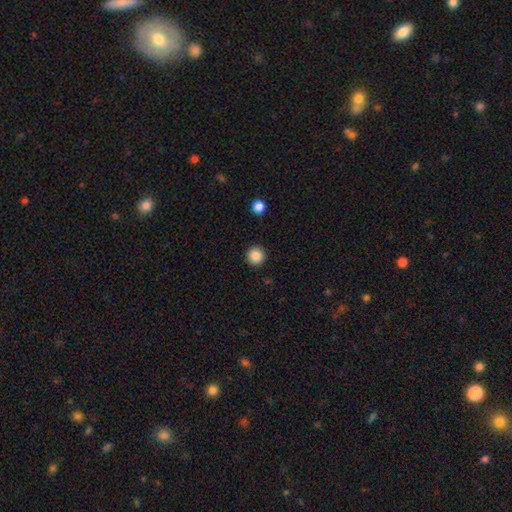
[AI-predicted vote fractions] This is clearly a smooth galaxy (87%). How rounded: clearly round (95%). Merging: clearly none (92%).